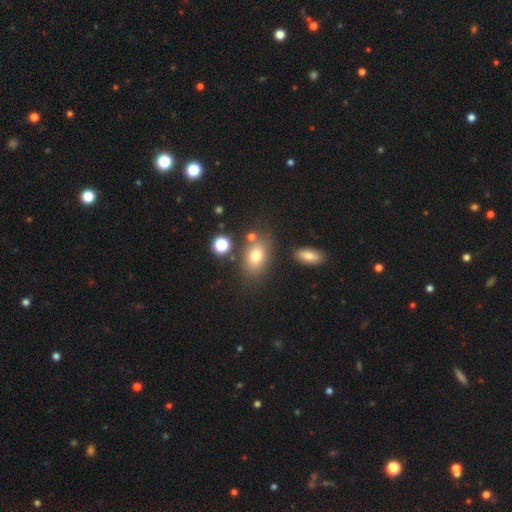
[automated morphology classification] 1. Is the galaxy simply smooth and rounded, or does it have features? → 76% smooth, 12% star or artifact, 12% featured or disk.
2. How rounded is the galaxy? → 78% in between, 20% round, 2% cigar-shaped.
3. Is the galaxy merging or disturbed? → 72% none, 13% minor disturbance, 9% merger, 5% major disturbance.